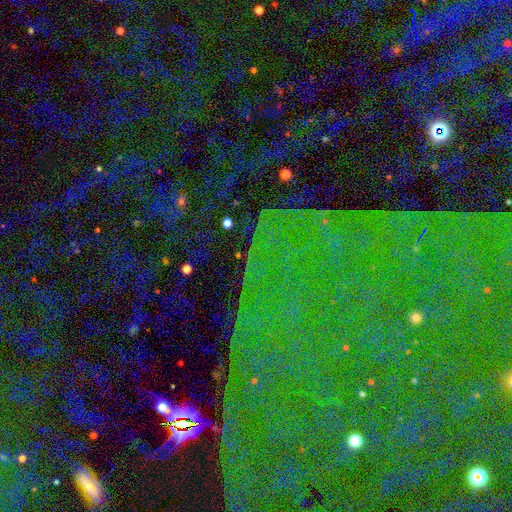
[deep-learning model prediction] Q: Smooth or featured?
A: star or artifact (84%); runner-up: featured or disk (8%)